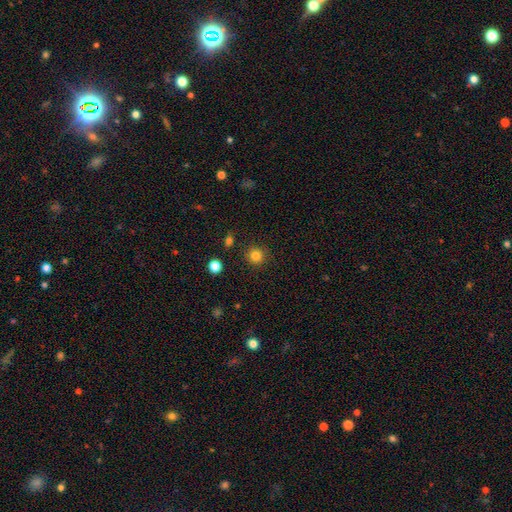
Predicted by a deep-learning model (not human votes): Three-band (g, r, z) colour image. It shows a smooth galaxy with no disk features (82%) that is round (93%). Merging: none (89%).